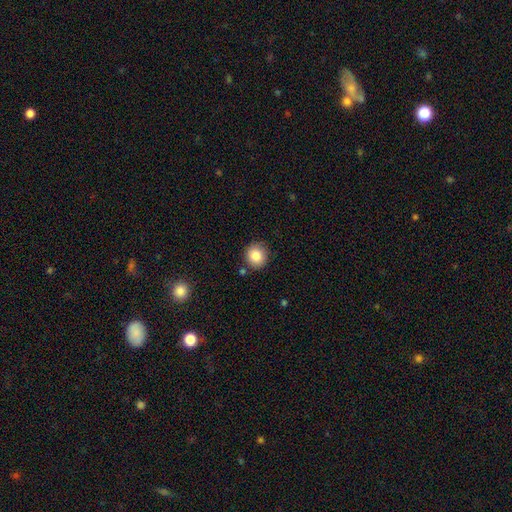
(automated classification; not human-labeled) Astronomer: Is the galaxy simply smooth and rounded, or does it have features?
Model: smooth — 85%.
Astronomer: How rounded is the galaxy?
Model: round — 90%.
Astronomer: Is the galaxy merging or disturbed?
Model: none — 86%.